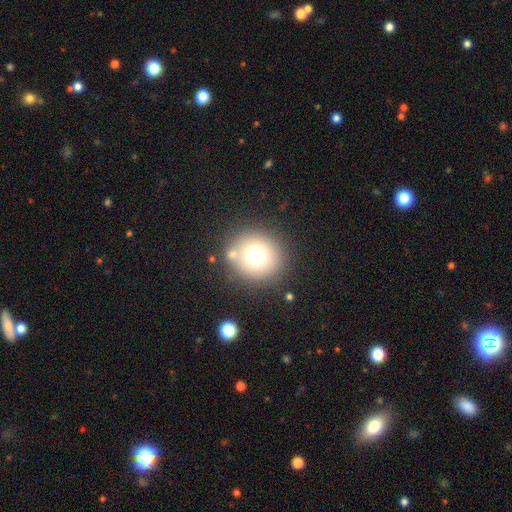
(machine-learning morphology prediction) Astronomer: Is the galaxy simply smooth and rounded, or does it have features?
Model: smooth — 71%.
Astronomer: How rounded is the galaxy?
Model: round — 91%.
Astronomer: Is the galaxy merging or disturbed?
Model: none — 79%.